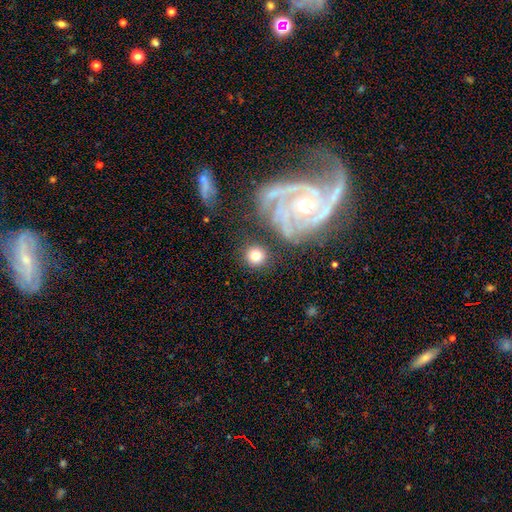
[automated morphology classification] type=smooth (74%); roundness=round (91%); merging=none (83%).